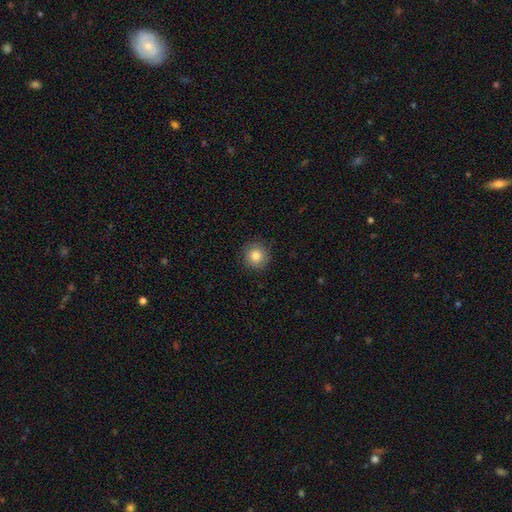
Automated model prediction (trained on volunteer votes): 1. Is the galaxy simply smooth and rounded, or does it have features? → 84% smooth, 10% star or artifact, 6% featured or disk.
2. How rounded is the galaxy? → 94% round, 5% in between, 1% cigar-shaped.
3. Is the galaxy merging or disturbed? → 90% none, 7% minor disturbance, 2% major disturbance, 1% merger.